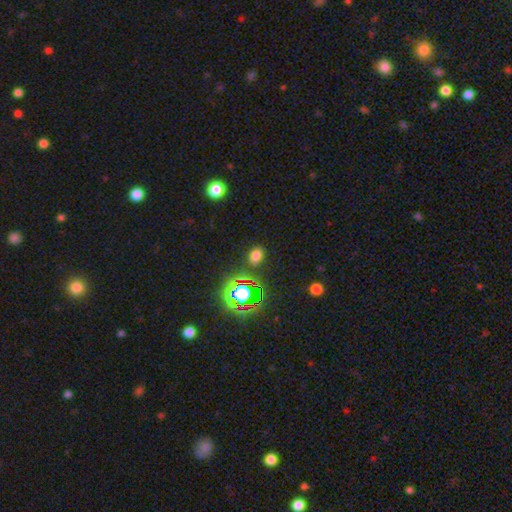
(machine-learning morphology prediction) This appears to be a smooth galaxy with no disk features (64%) that is in between round and cigar-shaped (66%). Merging: none (83%).